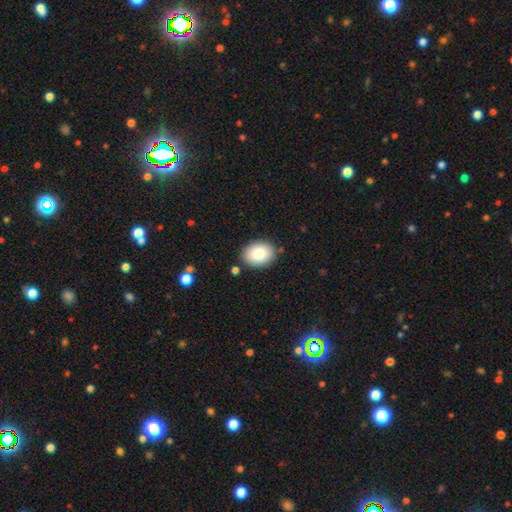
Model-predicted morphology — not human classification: A smooth galaxy with no disk features (80%) that is in between round and cigar-shaped (64%).

Vote fractions:
- Smooth or featured? smooth: 80% / featured or disk: 10% / star or artifact: 10%
- How rounded? in between: 64% / round: 35% / cigar-shaped: 1%
- Merging? none: 87% / minor disturbance: 9% / merger: 2% / major disturbance: 2%